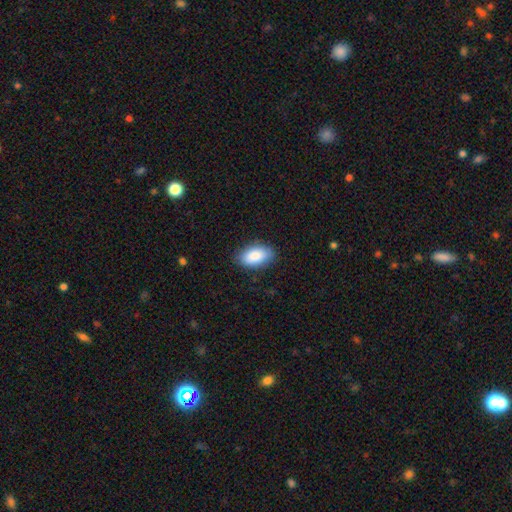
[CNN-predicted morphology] Smooth or featured: smooth — 86% (featured or disk — 7%)
How rounded: in between — 94% (round — 4%)
Merging: none — 84% (minor disturbance — 12%)